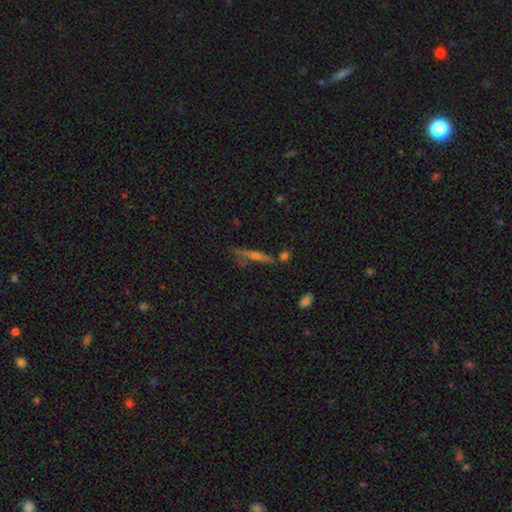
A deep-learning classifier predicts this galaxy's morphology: Smooth or featured? Predicted: featured or disk (p=0.57). Edge-on disk? Predicted: yes (p=0.92). Edge-on bulge? Predicted: rounded (p=0.76). Merging? Predicted: none (p=0.71).